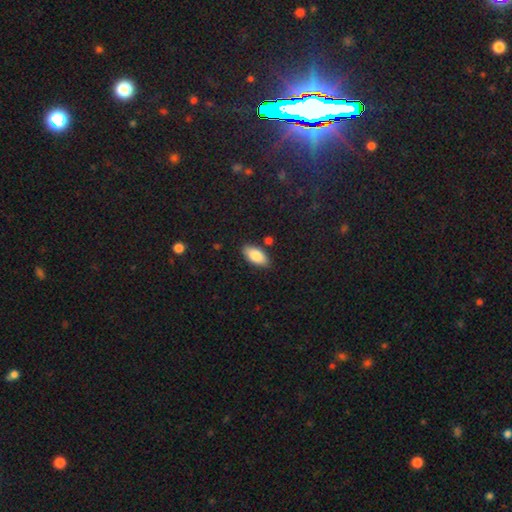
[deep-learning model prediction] Morphology: type=smooth (84%); roundness=in between (92%); merging=none (84%).